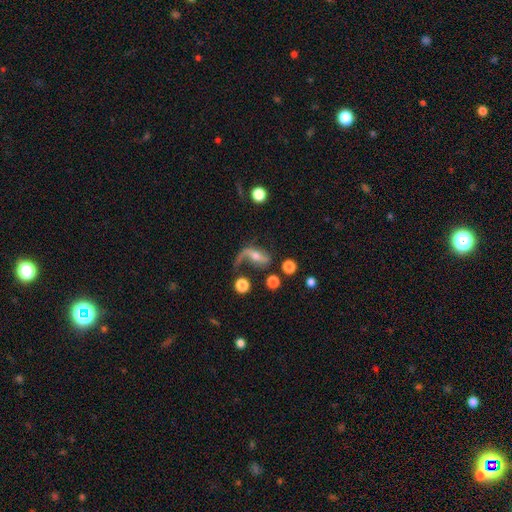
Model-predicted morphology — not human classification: Smooth or featured: featured or disk — 71% (smooth — 20%)
Edge-on disk: no — 91% (yes — 9%)
Bar: no — 43% (weak — 33%)
Spiral arms: yes — 86% (no — 14%)
Spiral winding: loose — 84% (medium — 12%)
Spiral arm count: 2 — 51% (1 — 44%)
Bulge size: moderate — 48% (small — 39%)
Merging: none — 39% (major disturbance — 35%)